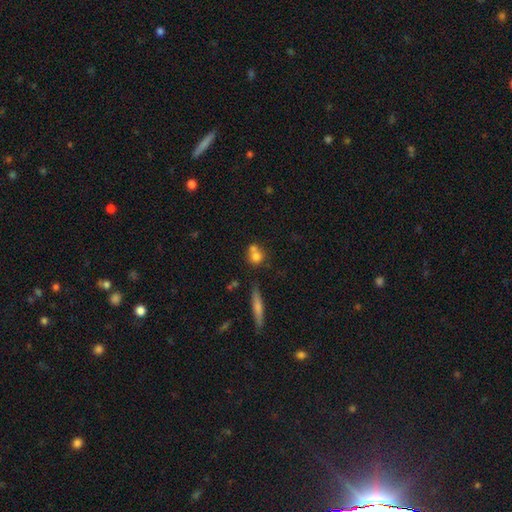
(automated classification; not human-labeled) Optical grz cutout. It shows a smooth galaxy with no disk features (72%) that is round (72%). Merging: merger (47%).